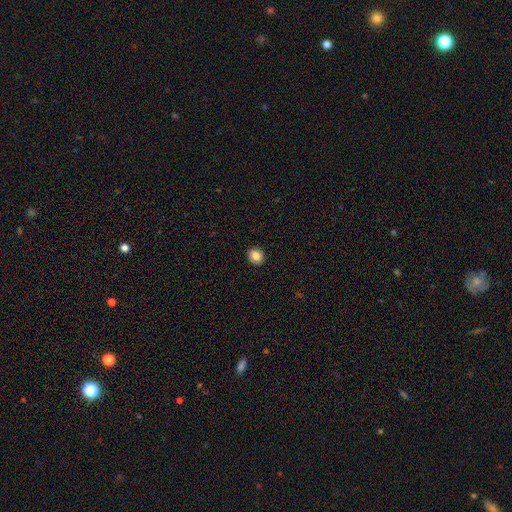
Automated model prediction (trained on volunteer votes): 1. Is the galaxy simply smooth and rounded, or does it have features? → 85% smooth, 9% star or artifact, 6% featured or disk.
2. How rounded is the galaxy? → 72% round, 27% in between, 1% cigar-shaped.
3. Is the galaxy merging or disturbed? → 91% none, 6% minor disturbance, 2% major disturbance, 1% merger.